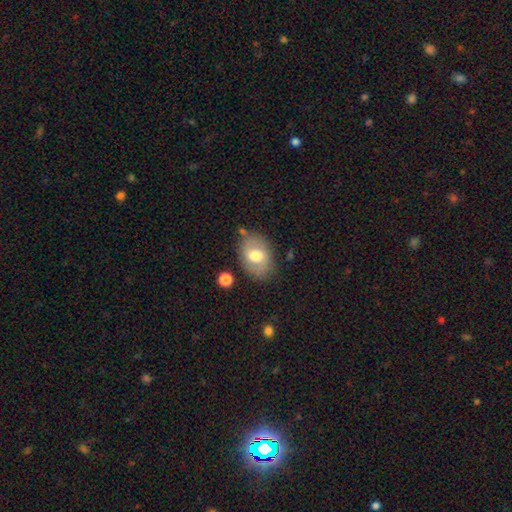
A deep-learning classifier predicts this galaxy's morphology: Smooth or featured: smooth — 63% (featured or disk — 30%)
How rounded: in between — 79% (round — 20%)
Merging: none — 73% (minor disturbance — 18%)